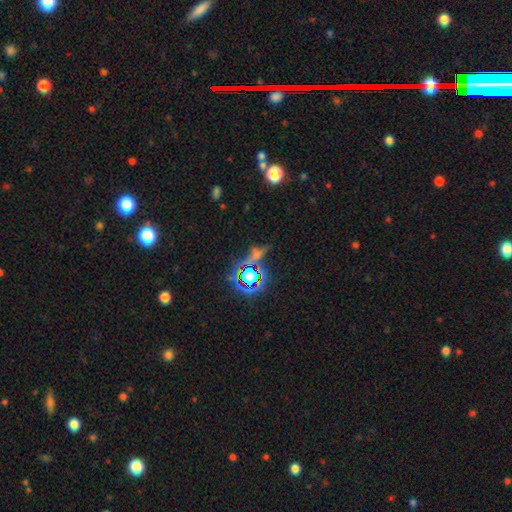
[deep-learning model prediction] This is likely a star or artifact rather than a galaxy (69%).